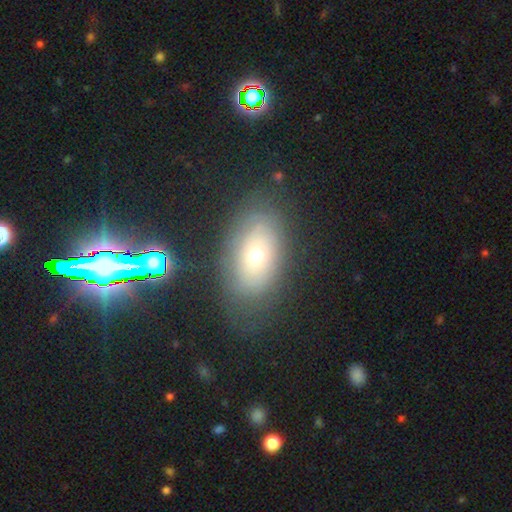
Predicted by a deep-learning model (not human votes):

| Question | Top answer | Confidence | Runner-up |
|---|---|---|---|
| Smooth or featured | smooth | 57% | featured or disk (30%) |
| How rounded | in between | 82% | round (16%) |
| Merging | none | 70% | minor disturbance (17%) |